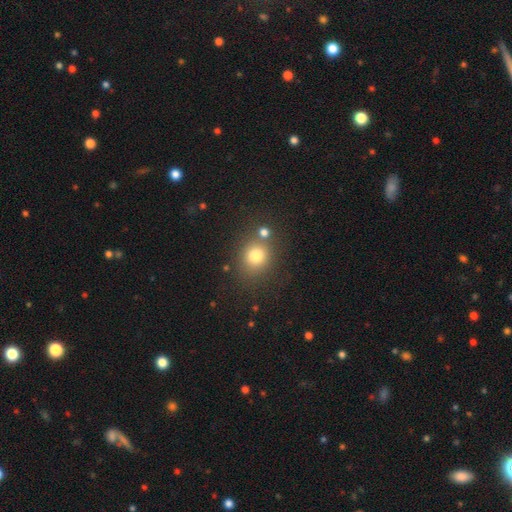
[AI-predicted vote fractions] This appears to be a smooth galaxy with no disk features (77%) that is round (77%). Merging: none (71%).